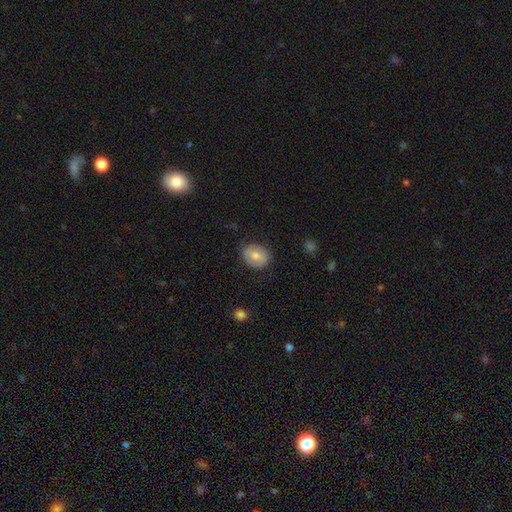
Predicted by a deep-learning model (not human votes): Morphology: type=smooth (68%); roundness=round (65%); merging=none (79%).